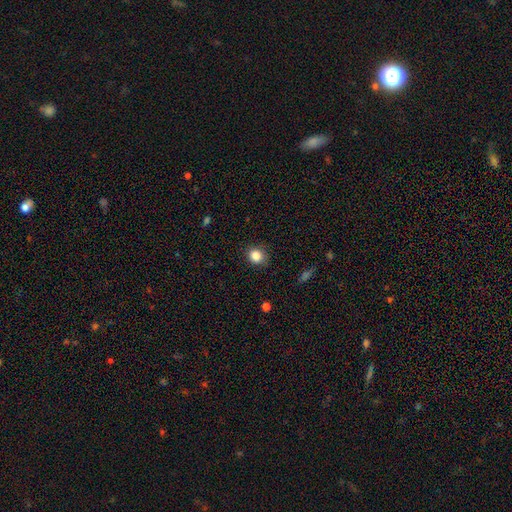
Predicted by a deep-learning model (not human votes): A smooth galaxy with no disk features (85%) that is round (79%).

Vote fractions:
- Smooth or featured? smooth: 85% / star or artifact: 11% / featured or disk: 4%
- How rounded? round: 79% / in between: 20% / cigar-shaped: 1%
- Merging? none: 85% / minor disturbance: 11% / major disturbance: 3% / merger: 1%